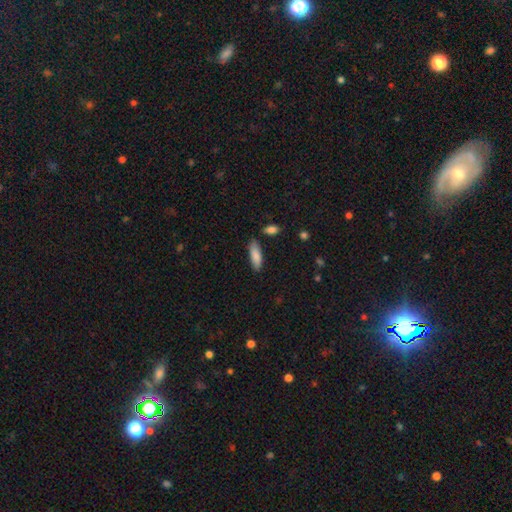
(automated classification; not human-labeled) Smooth or featured: smooth — 86% (featured or disk — 8%)
How rounded: in between — 59% (cigar-shaped — 39%)
Merging: none — 82% (minor disturbance — 12%)